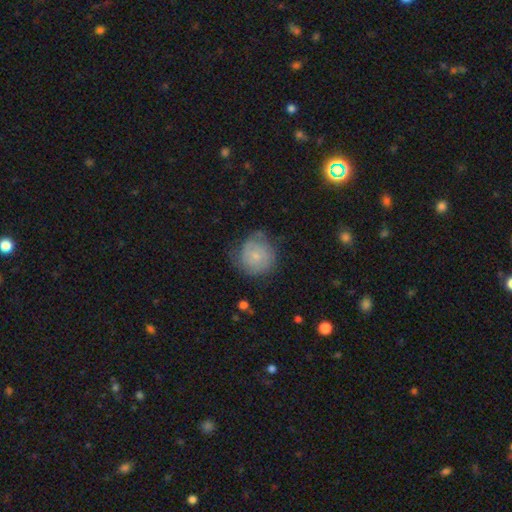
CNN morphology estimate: A smooth galaxy with no disk features (52%) that is round (90%).

Vote fractions:
- Smooth or featured? smooth: 52% / featured or disk: 40% / star or artifact: 7%
- How rounded? round: 90% / in between: 9% / cigar-shaped: 1%
- Merging? none: 63% / minor disturbance: 27% / major disturbance: 9% / merger: 2%